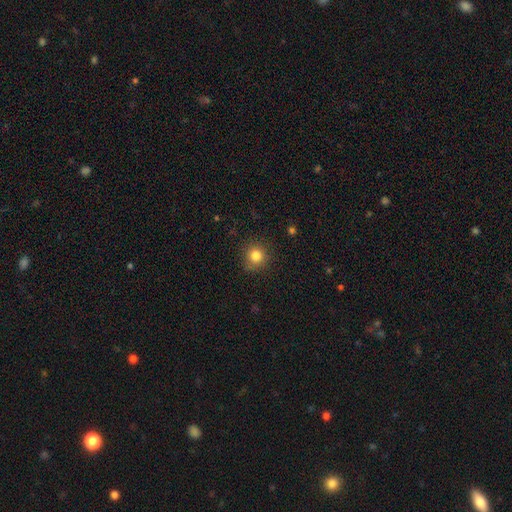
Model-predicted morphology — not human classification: Q: Smooth or featured?
A: smooth (82%); runner-up: star or artifact (12%)
Q: How rounded?
A: round (92%); runner-up: in between (7%)
Q: Merging?
A: none (86%); runner-up: minor disturbance (10%)